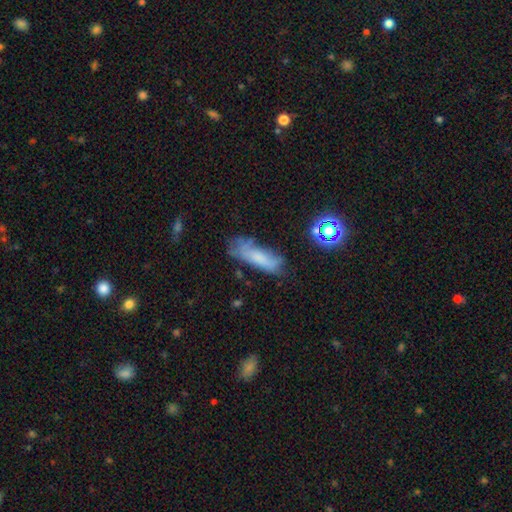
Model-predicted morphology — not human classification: Smooth or featured? smooth (58%)
How rounded? in between (49%)
Merging? none (50%)